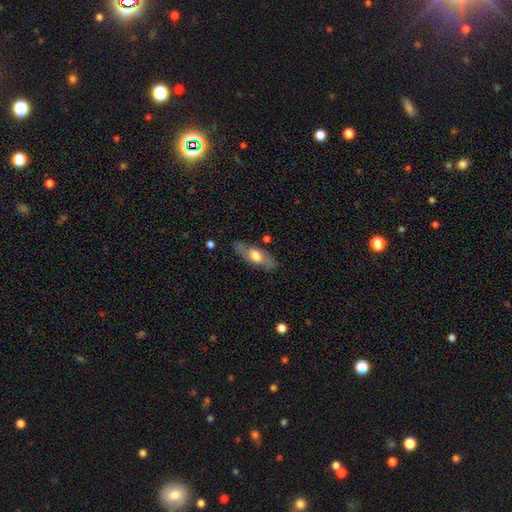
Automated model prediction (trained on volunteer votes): A smooth galaxy with no disk features (50%).

Vote fractions:
- Smooth or featured? smooth: 50% / featured or disk: 44% / star or artifact: 6%
- Merging? none: 80% / minor disturbance: 14% / major disturbance: 4% / merger: 2%